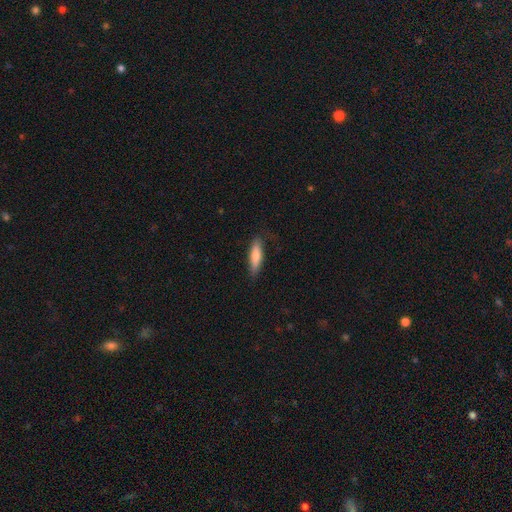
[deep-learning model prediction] Smooth or featured: smooth — 76% (featured or disk — 18%)
How rounded: cigar-shaped — 63% (in between — 35%)
Merging: none — 78% (minor disturbance — 17%)